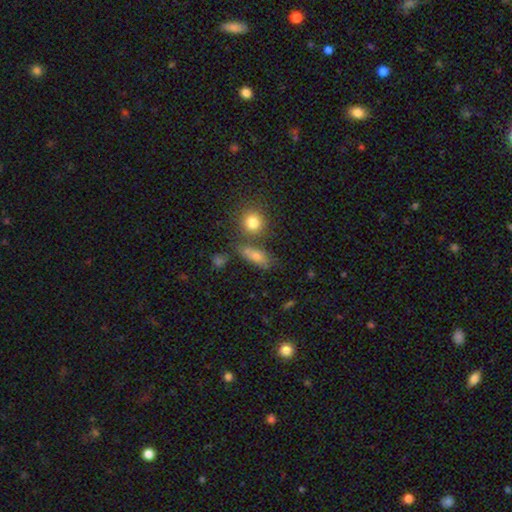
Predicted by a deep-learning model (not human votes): smooth-or-featured: smooth: 67% | featured or disk: 20% | star or artifact: 13%
  how-rounded: in between: 55% | cigar-shaped: 31% | round: 14%
  merging: none: 63% | minor disturbance: 17% | merger: 13% | major disturbance: 6%